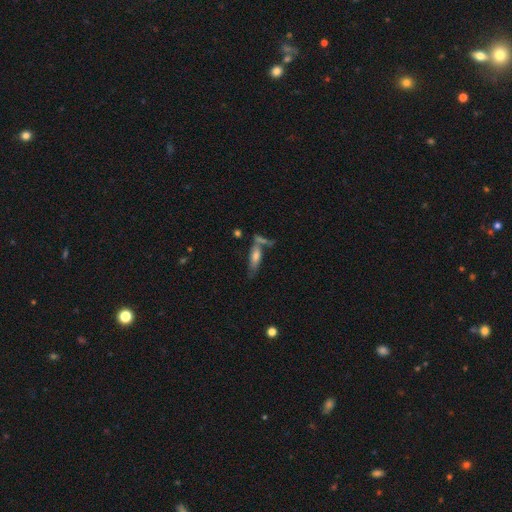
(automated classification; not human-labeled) Q: Smooth or featured?
A: smooth (60%); runner-up: featured or disk (32%)
Q: How rounded?
A: cigar-shaped (55%); runner-up: in between (43%)
Q: Merging?
A: none (51%); runner-up: merger (24%)